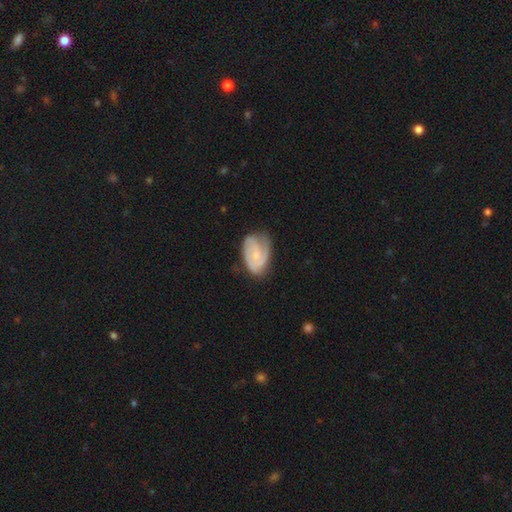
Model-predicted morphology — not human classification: Smooth or featured?
  - featured or disk: 72% *
  - smooth: 22%
  - star or artifact: 6%
Edge-on disk?
  - no: 97% *
  - yes: 3%
Bar?
  - no: 62% *
  - weak: 32%
  - strong: 6%
Spiral arms?
  - yes: 91% *
  - no: 9%
Spiral winding?
  - tight: 49% *
  - medium: 38%
  - loose: 13%
Spiral arm count?
  - 2: 53% *
  - can't tell: 20%
  - 3: 12%
  - 1: 11%
  - 4: 2%
  - more than 4: 2%
Bulge size?
  - small: 63% *
  - moderate: 23%
  - none: 11%
  - large: 1%
  - dominant: 1%
Merging?
  - none: 59% *
  - minor disturbance: 27%
  - major disturbance: 12%
  - merger: 2%